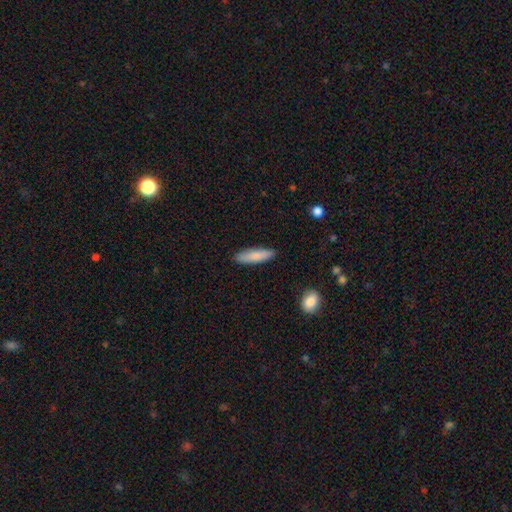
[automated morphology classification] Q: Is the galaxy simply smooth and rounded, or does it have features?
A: smooth — 83%.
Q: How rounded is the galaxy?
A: cigar-shaped — 70%.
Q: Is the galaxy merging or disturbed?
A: none — 88%.